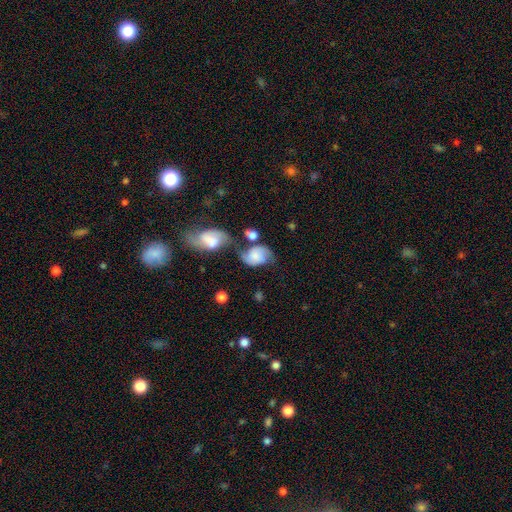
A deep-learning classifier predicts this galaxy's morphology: The model was most divided on "smooth or featured": smooth: 47%, featured or disk: 44%, star or artifact: 9%. Remaining: merging — none (36%).